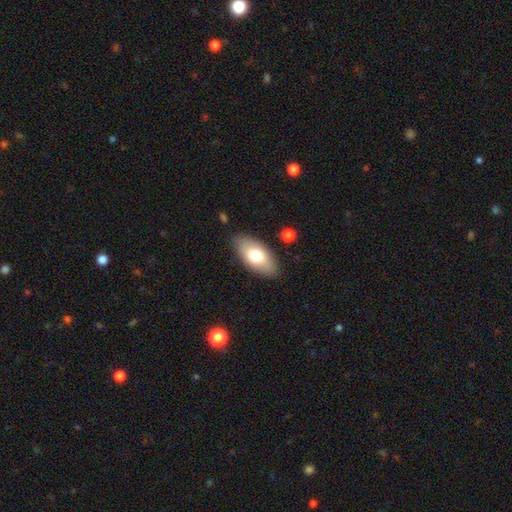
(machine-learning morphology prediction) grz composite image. It shows a smooth galaxy with no disk features (73%) that is in between round and cigar-shaped (92%). Merging: none (86%).